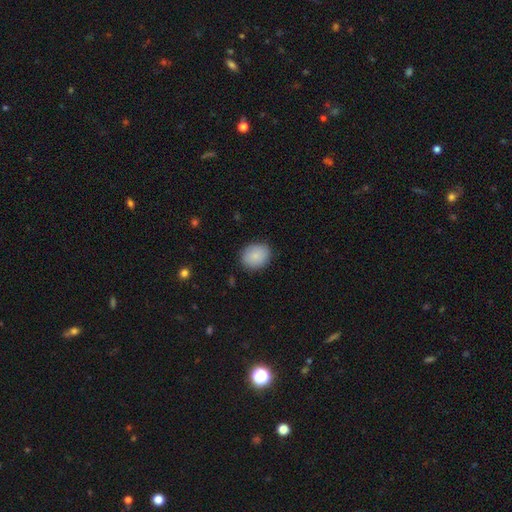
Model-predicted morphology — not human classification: Smooth or featured? smooth (86%)
How rounded? round (60%)
Merging? none (86%)